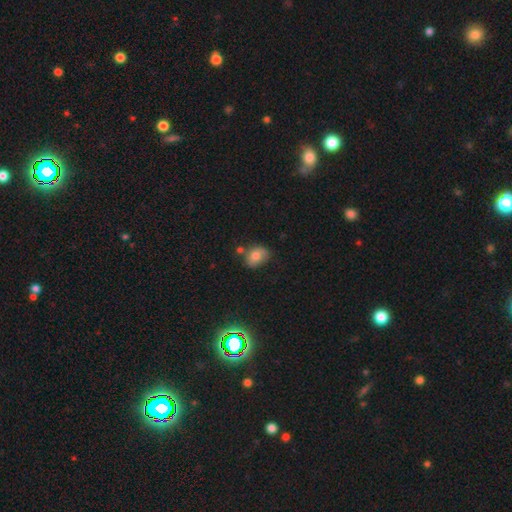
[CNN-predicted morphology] A smooth galaxy with no disk features (71%) that is in between round and cigar-shaped (58%).

Vote fractions:
- Smooth or featured? smooth: 71% / featured or disk: 18% / star or artifact: 11%
- How rounded? in between: 58% / round: 41% / cigar-shaped: 1%
- Merging? none: 56% / minor disturbance: 26% / merger: 12% / major disturbance: 6%